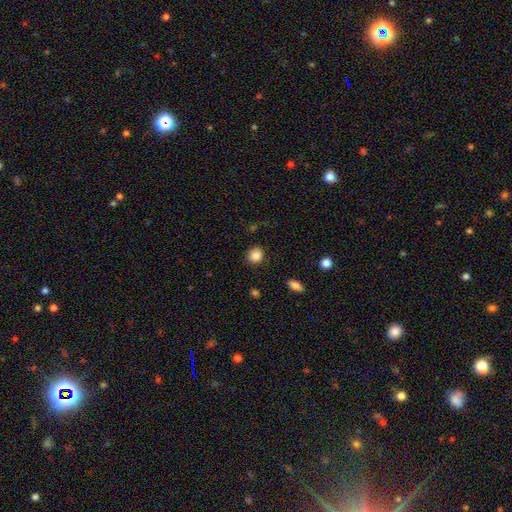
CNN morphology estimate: Overall: smooth (86%). How rounded: round (79%). Merging: none (87%).